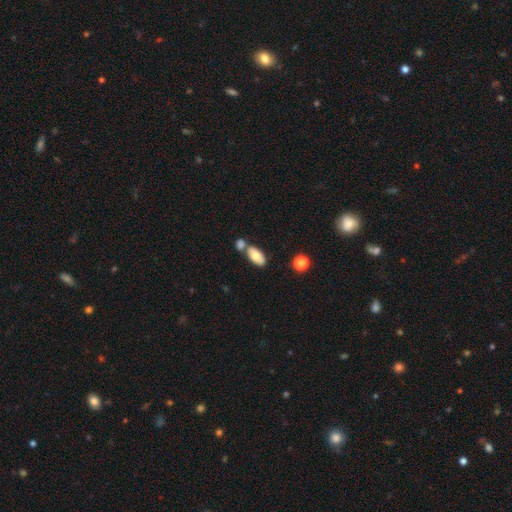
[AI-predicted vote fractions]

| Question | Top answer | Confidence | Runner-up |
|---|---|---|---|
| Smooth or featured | smooth | 69% | featured or disk (24%) |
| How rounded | in between | 91% | cigar-shaped (5%) |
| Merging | none | 54% | merger (31%) |